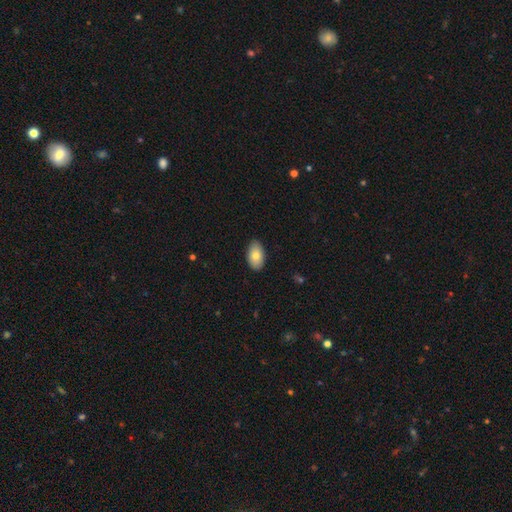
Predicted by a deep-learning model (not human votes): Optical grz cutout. It shows a smooth galaxy with no disk features (77%) that is in between round and cigar-shaped (93%). Merging: none (88%).